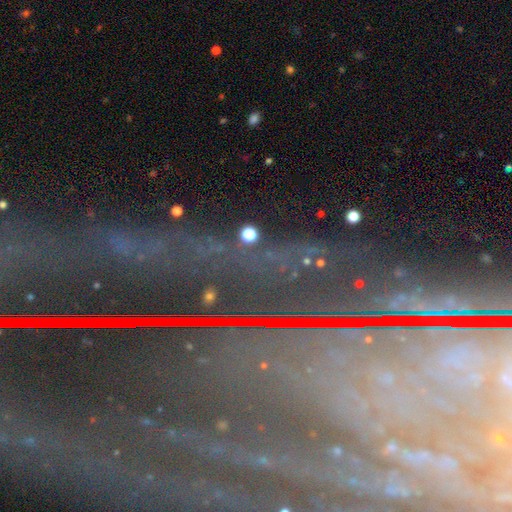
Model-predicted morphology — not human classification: This is likely a star or artifact rather than a galaxy (79%).